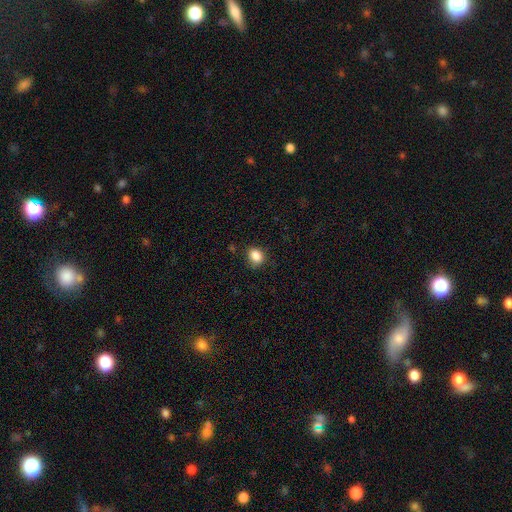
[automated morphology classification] Smooth or featured? smooth (86%)
How rounded? round (55%)
Merging? none (82%)